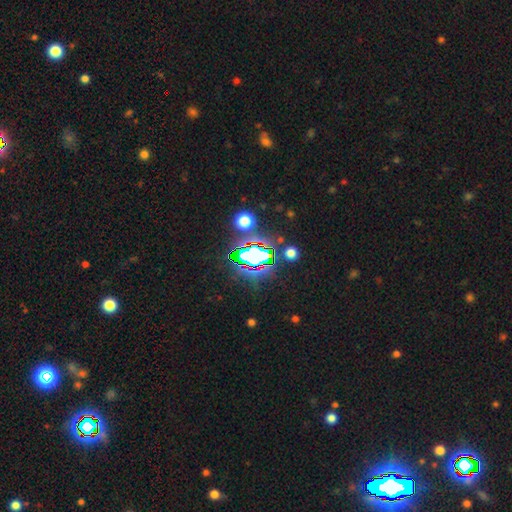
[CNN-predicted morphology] Smooth or featured? star or artifact (66%)